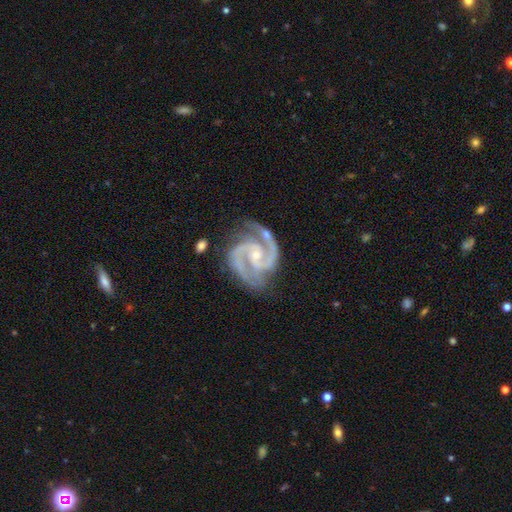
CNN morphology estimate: The model was most divided on "bar": no: 50%, weak: 36%, strong: 15%. More confident: spiral arms — yes (99%); edge-on disk — no (98%); smooth or featured — featured or disk (94%); spiral arm count — 2 (84%); bulge size — small (72%); merging — none (71%); spiral winding — medium (57%).